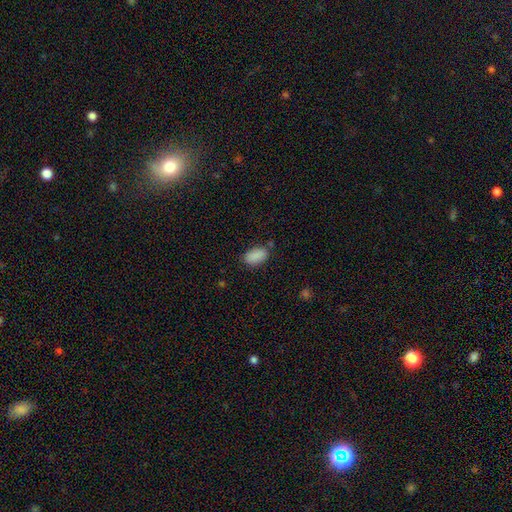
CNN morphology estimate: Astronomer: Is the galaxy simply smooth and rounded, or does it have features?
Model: smooth — 89%.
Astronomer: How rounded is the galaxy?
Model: in between — 93%.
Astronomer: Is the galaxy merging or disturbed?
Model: none — 80%.